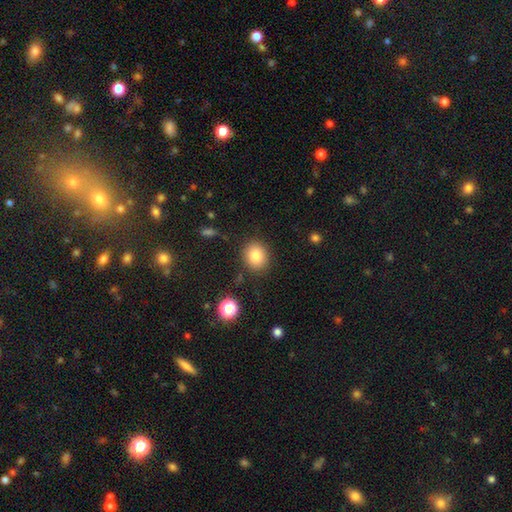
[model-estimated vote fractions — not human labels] A smooth galaxy with no disk features (82%) that is round (68%).

Vote fractions:
- Smooth or featured? smooth: 82% / star or artifact: 10% / featured or disk: 7%
- How rounded? round: 68% / in between: 31% / cigar-shaped: 1%
- Merging? none: 86% / minor disturbance: 9% / major disturbance: 3% / merger: 2%